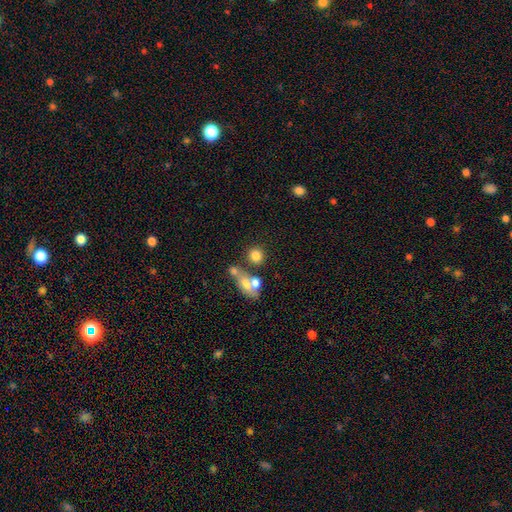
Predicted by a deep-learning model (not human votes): Q: Smooth or featured?
A: smooth (78%); runner-up: star or artifact (12%)
Q: How rounded?
A: round (80%); runner-up: in between (19%)
Q: Merging?
A: none (61%); runner-up: merger (23%)